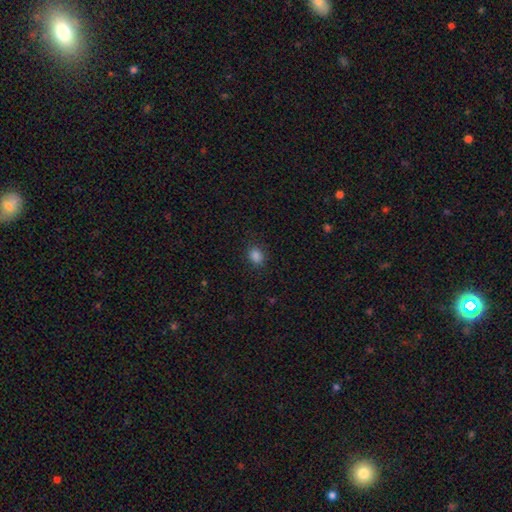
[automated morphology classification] This appears to be a smooth galaxy with no disk features (84%) that is round (50%). Merging: none (87%).